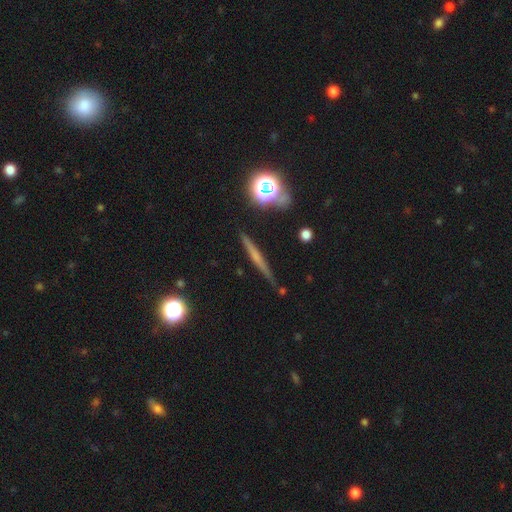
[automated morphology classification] A featured or disk galaxy (52%) viewed edge-on (96%).

Vote fractions:
- Smooth or featured? featured or disk: 52% / smooth: 36% / star or artifact: 13%
- Edge-on disk? yes: 96% / no: 4%
- Merging? none: 87% / minor disturbance: 9% / merger: 2% / major disturbance: 2%